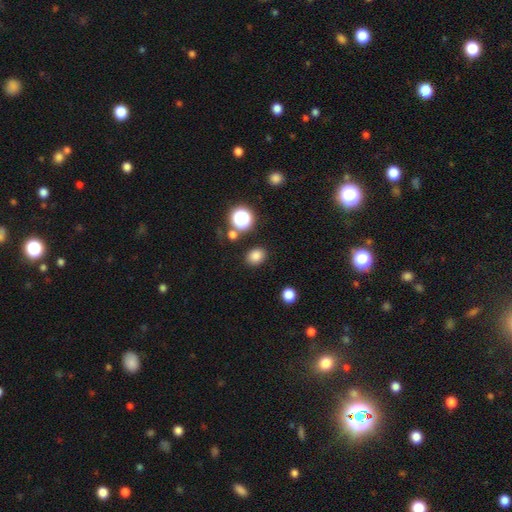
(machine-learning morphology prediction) type=smooth (82%); roundness=in between (55%); merging=none (85%).